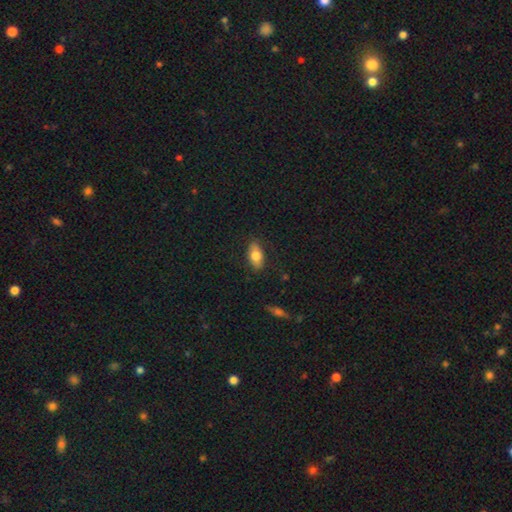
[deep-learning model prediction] The model was most divided on "smooth or featured": smooth: 75%, featured or disk: 18%, star or artifact: 7%. More confident: how rounded — in between (86%); merging — none (84%).